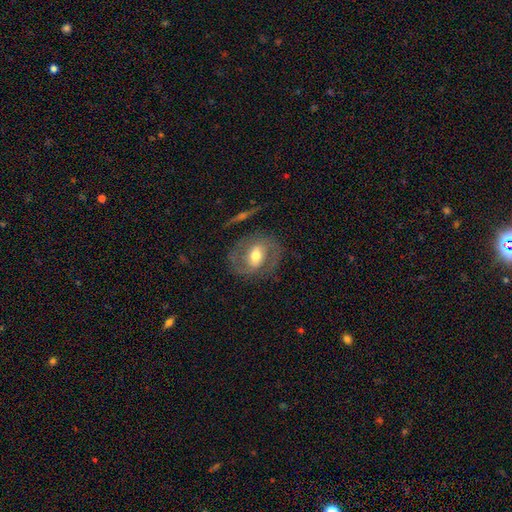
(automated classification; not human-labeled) smooth-or-featured: featured or disk: 68% | smooth: 26% | star or artifact: 7%
  disk-edge-on: no: 95% | yes: 5%
    bar: weak: 42% | strong: 30% | no: 29%
    has-spiral-arms: yes: 76% | no: 24%
    bulge-size: moderate: 71% | large: 14% | small: 13% | dominant: 1% | none: 1%
  merging: none: 75% | minor disturbance: 15% | major disturbance: 9% | merger: 2%